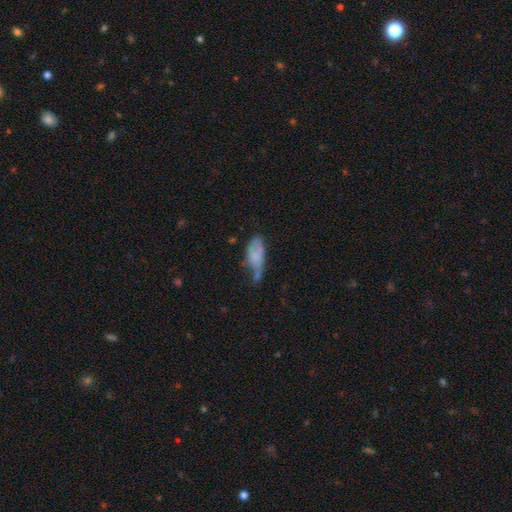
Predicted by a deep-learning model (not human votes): Smooth or featured? smooth (61%)
How rounded? in between (84%)
Merging? minor disturbance (34%)